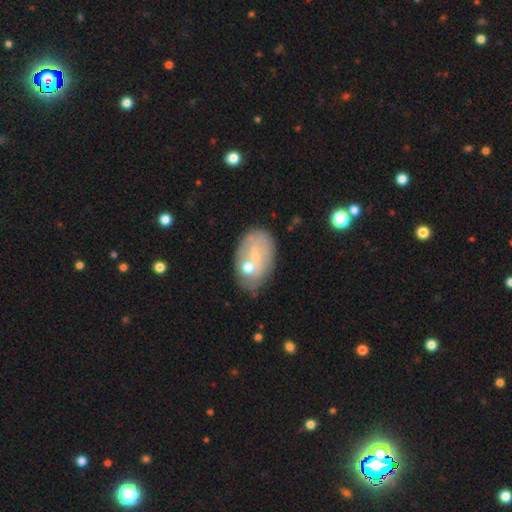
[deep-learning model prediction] A smooth galaxy with no disk features (48%). Merging: none (52%).